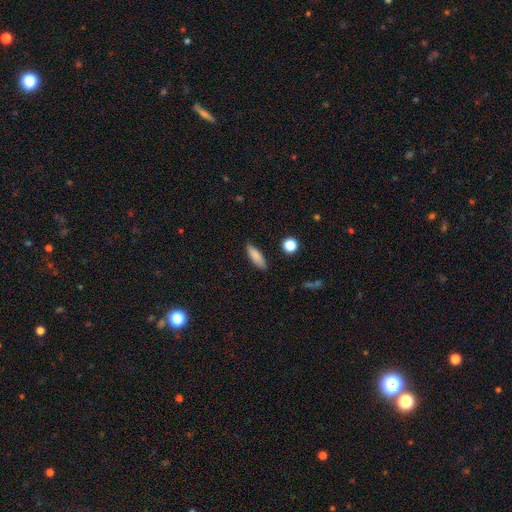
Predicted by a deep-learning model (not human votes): Smooth or featured? smooth (84%)
How rounded? cigar-shaped (51%)
Merging? none (86%)